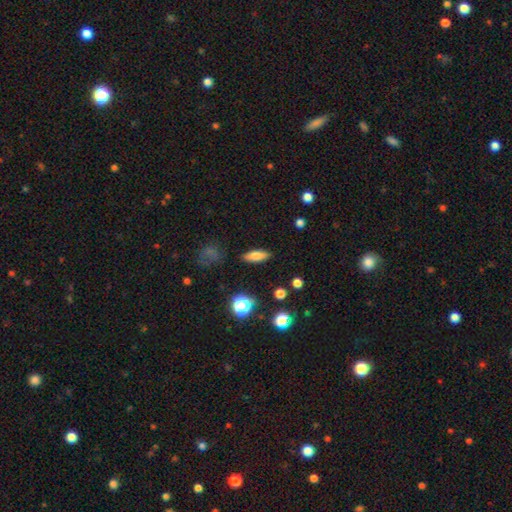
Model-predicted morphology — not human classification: smooth-or-featured: smooth: 77% | featured or disk: 13% | star or artifact: 10%
  how-rounded: in between: 66% | cigar-shaped: 29% | round: 5%
  merging: none: 87% | minor disturbance: 9% | major disturbance: 3% | merger: 2%